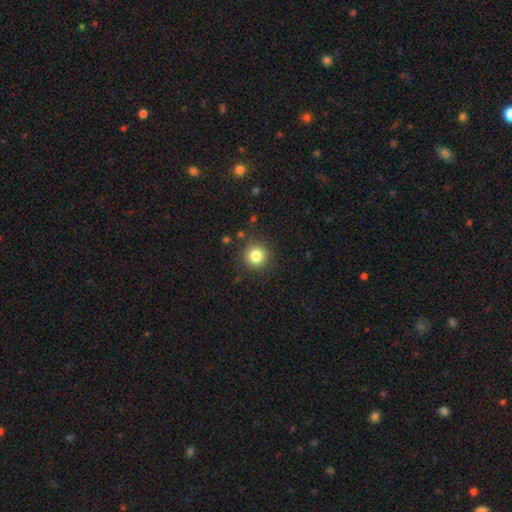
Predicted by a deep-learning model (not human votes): This is clearly a smooth galaxy (83%). How rounded: clearly round (94%). Merging: clearly none (89%).